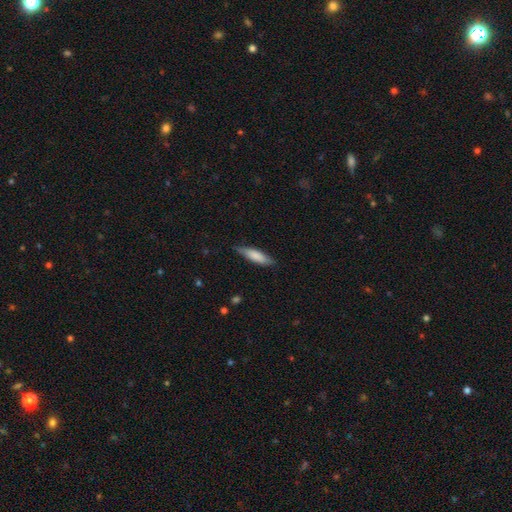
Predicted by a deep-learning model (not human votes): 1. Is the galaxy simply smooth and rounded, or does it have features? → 78% smooth, 17% featured or disk, 5% star or artifact.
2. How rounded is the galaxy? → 66% cigar-shaped, 33% in between, 1% round.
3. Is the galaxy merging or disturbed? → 79% none, 17% minor disturbance, 3% major disturbance, 1% merger.